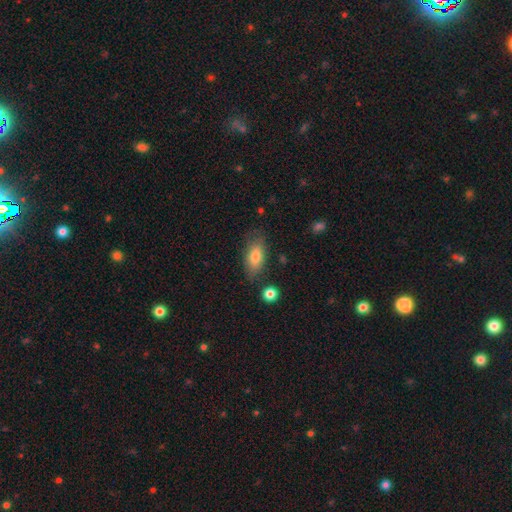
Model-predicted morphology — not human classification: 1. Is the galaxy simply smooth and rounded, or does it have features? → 80% smooth, 14% featured or disk, 7% star or artifact.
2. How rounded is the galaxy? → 88% in between, 8% cigar-shaped, 4% round.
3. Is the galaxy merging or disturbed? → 73% none, 18% minor disturbance, 5% major disturbance, 3% merger.